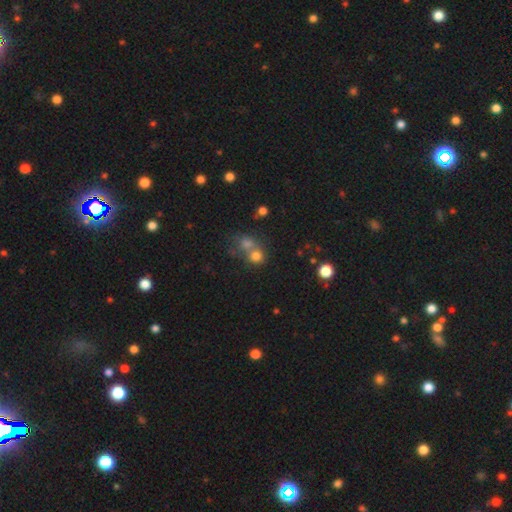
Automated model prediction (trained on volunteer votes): A smooth galaxy with no disk features (73%) that is round (81%). Merging: merger (50%).